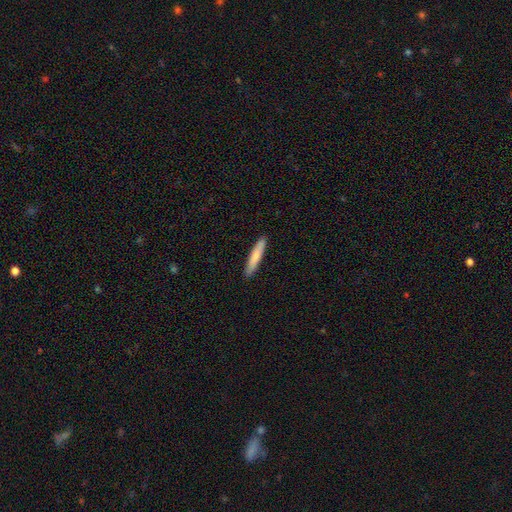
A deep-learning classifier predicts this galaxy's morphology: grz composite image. It shows a smooth galaxy with no disk features (75%) that is cigar-shaped (92%). Merging: none (91%).